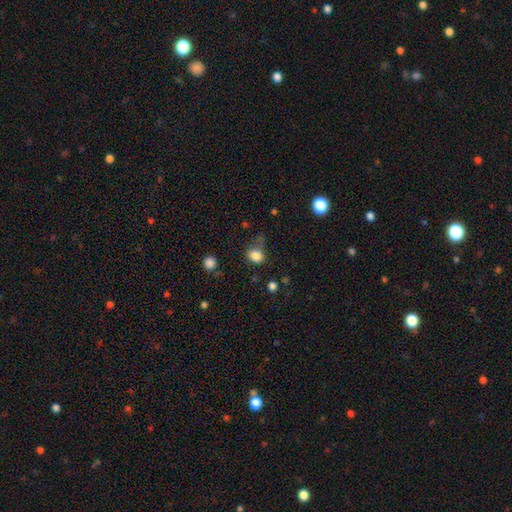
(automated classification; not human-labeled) smooth-or-featured: smooth: 83% | star or artifact: 11% | featured or disk: 6%
  how-rounded: round: 56% | in between: 43% | cigar-shaped: 1%
  merging: none: 49% | minor disturbance: 30% | major disturbance: 17% | merger: 4%